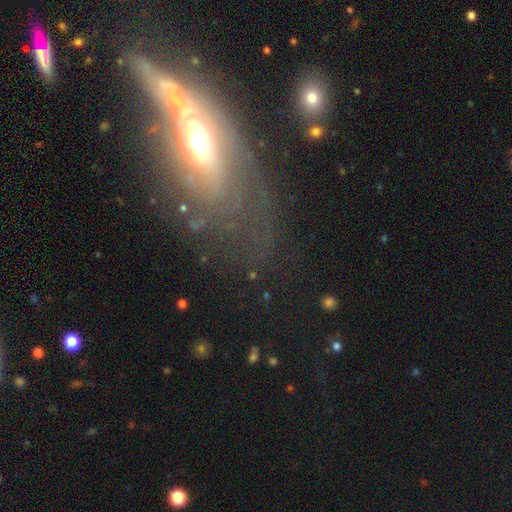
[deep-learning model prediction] This is possibly a featured or disk galaxy (59%). It is likely not viewed edge-on (68%). Merging: marginally none (41%).